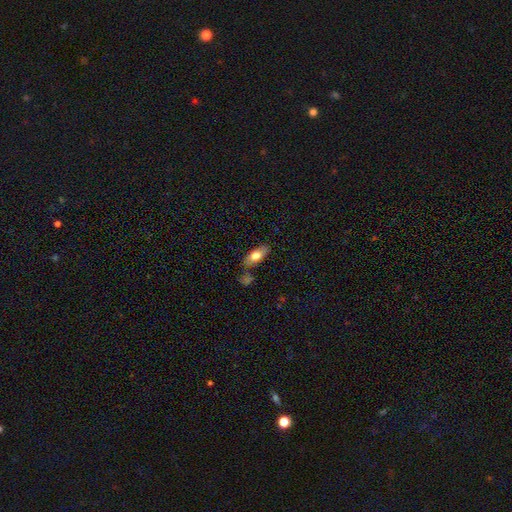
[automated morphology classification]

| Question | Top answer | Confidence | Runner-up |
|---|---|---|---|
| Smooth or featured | smooth | 69% | featured or disk (25%) |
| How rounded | in between | 80% | cigar-shaped (17%) |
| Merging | none | 70% | minor disturbance (17%) |